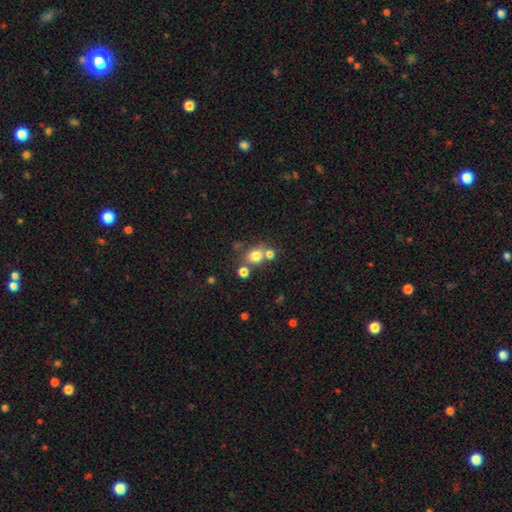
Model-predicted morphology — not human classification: Smooth or featured: smooth — 75% (star or artifact — 15%)
How rounded: round — 75% (in between — 24%)
Merging: none — 55% (merger — 31%)